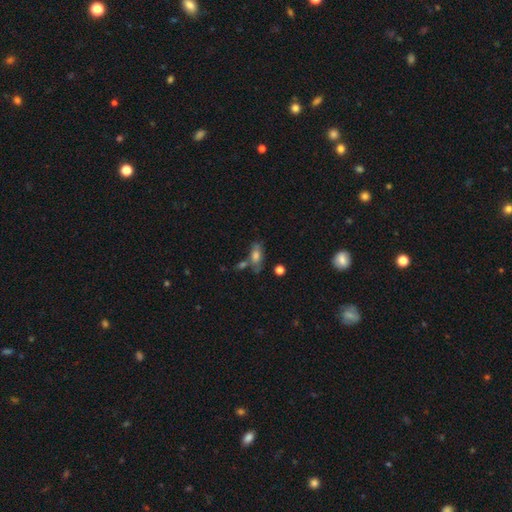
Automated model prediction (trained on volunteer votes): Smooth or featured: smooth — 69% (featured or disk — 21%)
How rounded: in between — 80% (cigar-shaped — 15%)
Merging: none — 54% (minor disturbance — 19%)